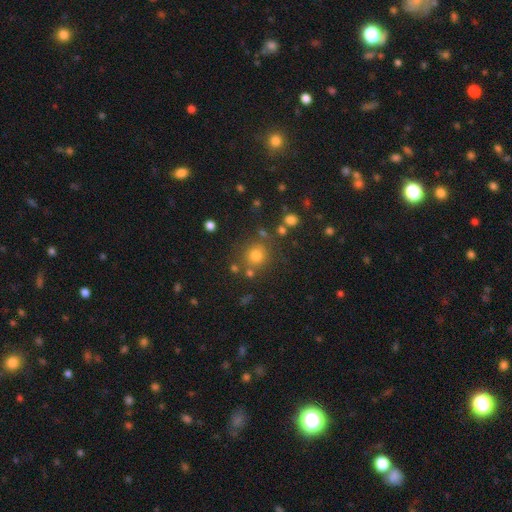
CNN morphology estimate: The model was most divided on "smooth or featured": smooth: 76%, star or artifact: 16%, featured or disk: 8%. More confident: how rounded — round (89%); merging — none (77%).